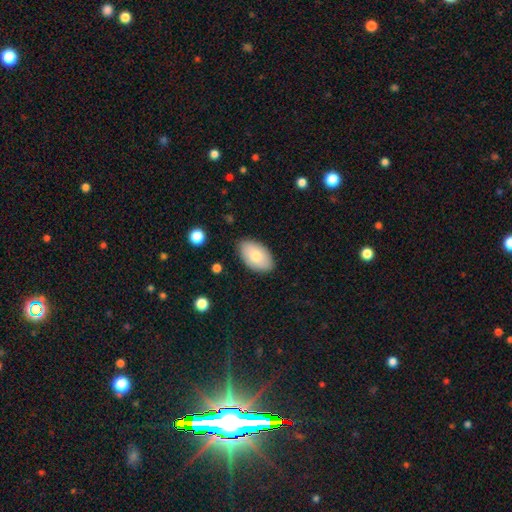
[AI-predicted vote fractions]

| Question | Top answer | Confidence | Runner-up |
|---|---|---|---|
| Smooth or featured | smooth | 78% | featured or disk (16%) |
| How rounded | in between | 94% | round (5%) |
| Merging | none | 85% | minor disturbance (12%) |